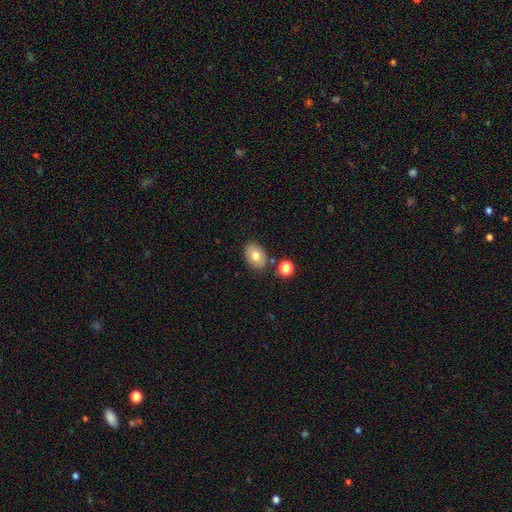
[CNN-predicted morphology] smooth-or-featured: smooth: 75% | featured or disk: 16% | star or artifact: 9%
  how-rounded: in between: 79% | round: 20% | cigar-shaped: 1%
  merging: none: 79% | minor disturbance: 12% | merger: 6% | major disturbance: 3%